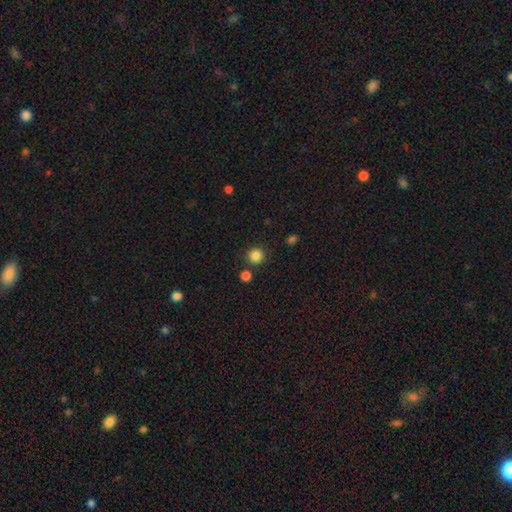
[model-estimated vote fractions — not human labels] Smooth or featured? smooth (85%)
How rounded? round (93%)
Merging? none (83%)